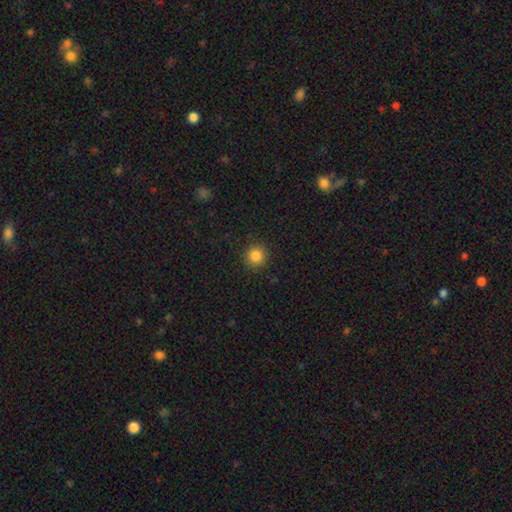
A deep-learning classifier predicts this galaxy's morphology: Q: Smooth or featured?
A: smooth (85%); runner-up: star or artifact (11%)
Q: How rounded?
A: round (94%); runner-up: in between (5%)
Q: Merging?
A: none (91%); runner-up: minor disturbance (6%)